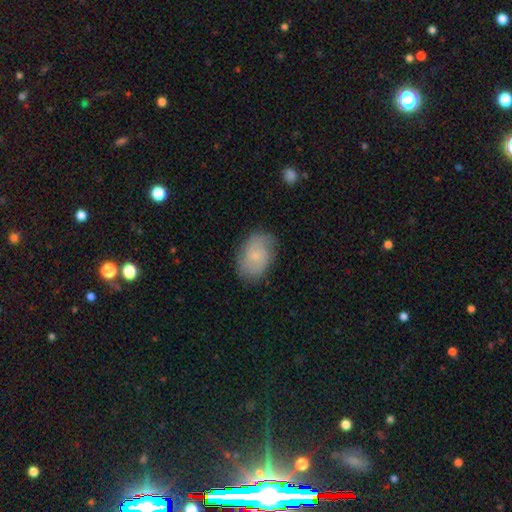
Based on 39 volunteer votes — Smooth or featured? smooth (64%)
How rounded? in between (92%)
Merging? none (79%)